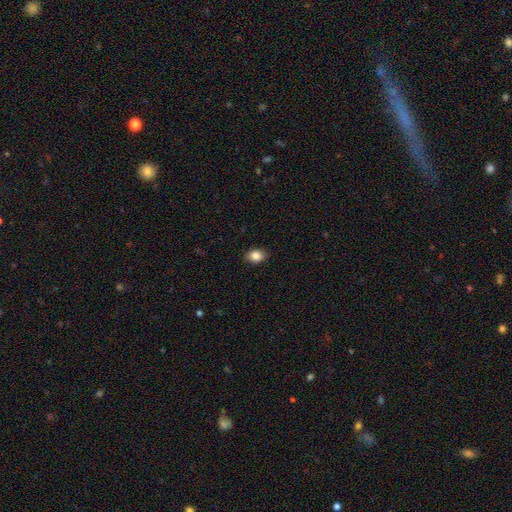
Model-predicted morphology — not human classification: This appears to be a smooth galaxy with no disk features (86%) that is in between round and cigar-shaped (69%). Merging: none (88%).